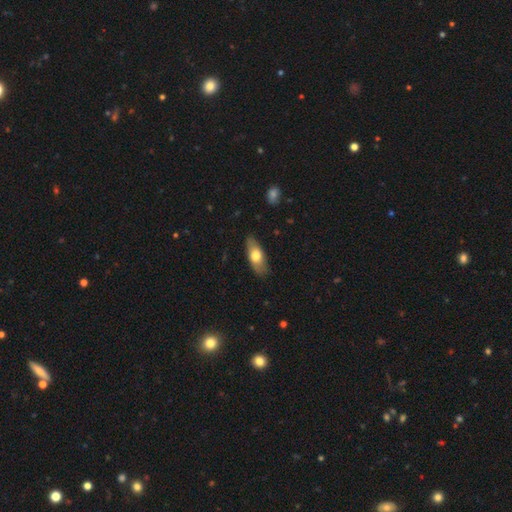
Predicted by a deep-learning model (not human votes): Overall: smooth (67%). How rounded: in between (78%). Merging: none (82%).